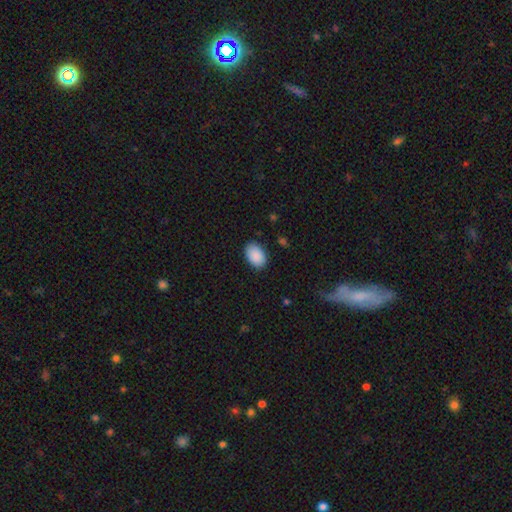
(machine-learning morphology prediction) This is clearly a smooth galaxy (90%). How rounded: clearly in between (87%). Merging: clearly none (85%).